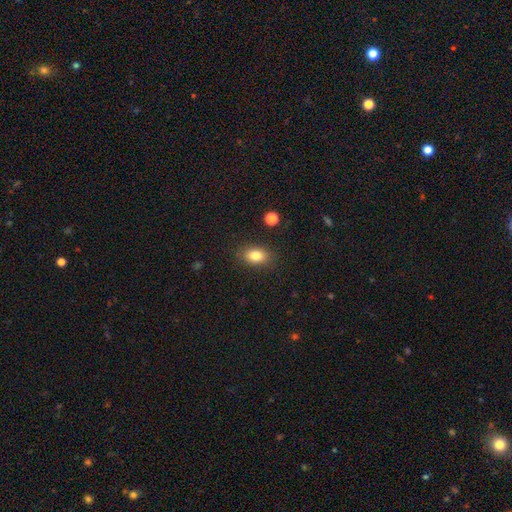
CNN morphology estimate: Q: Smooth or featured?
A: smooth (82%); runner-up: star or artifact (9%)
Q: How rounded?
A: in between (83%); runner-up: round (15%)
Q: Merging?
A: none (86%); runner-up: minor disturbance (9%)